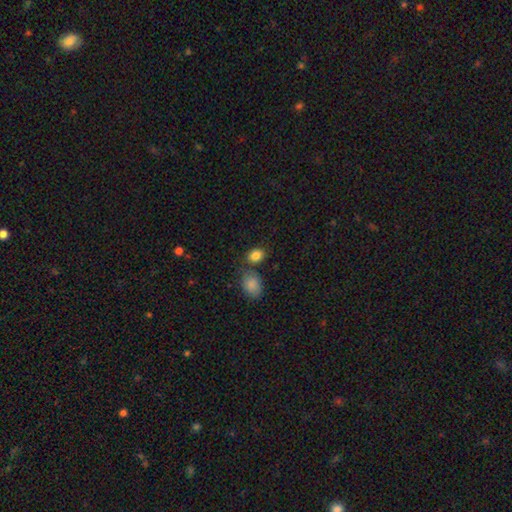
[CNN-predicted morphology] Smooth or featured? Predicted: smooth (p=0.85). How rounded? Predicted: in between (p=0.63). Merging? Predicted: none (p=0.69).